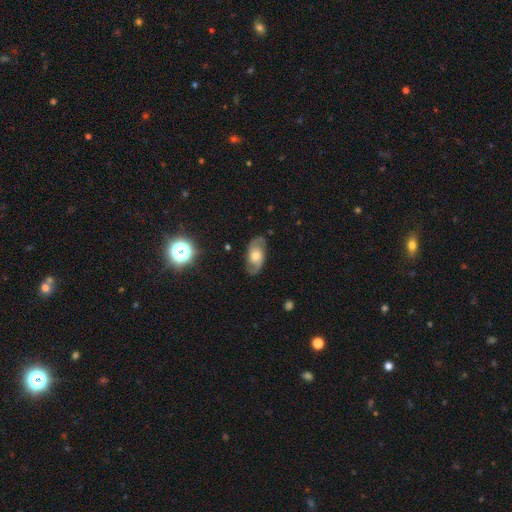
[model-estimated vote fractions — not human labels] Morphology: type=featured or disk (74%); edge-on=no (94%); bar=no (66%); spiral arms=yes (92%); winding=medium (49%); arm count=2 (90%); bulge=moderate (61%); merging=none (81%).